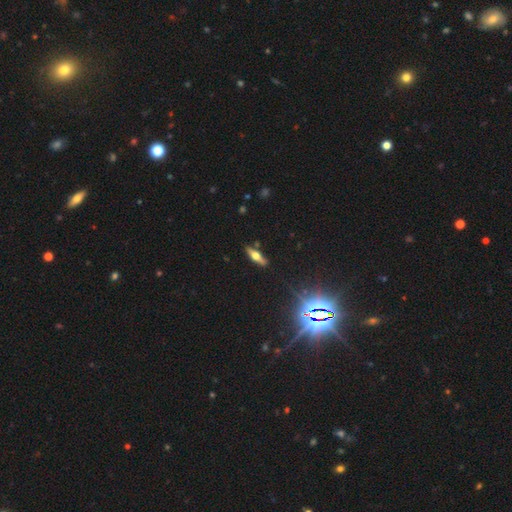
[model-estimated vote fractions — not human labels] Smooth or featured?
  - featured or disk: 56% *
  - smooth: 33%
  - star or artifact: 11%
Edge-on disk?
  - yes: 93% *
  - no: 7%
Edge-on bulge?
  - rounded: 94% *
  - boxy: 4%
  - none: 2%
Merging?
  - none: 86% *
  - minor disturbance: 10%
  - merger: 2%
  - major disturbance: 2%